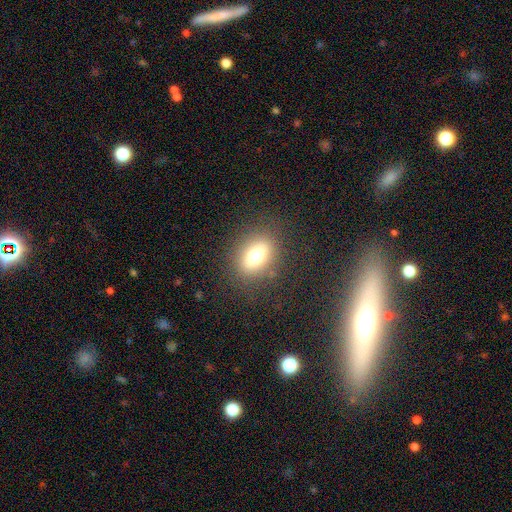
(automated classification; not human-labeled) Smooth or featured?
  - smooth: 67% *
  - featured or disk: 21%
  - star or artifact: 12%
How rounded?
  - in between: 68% *
  - round: 28%
  - cigar-shaped: 4%
Merging?
  - none: 82% *
  - minor disturbance: 11%
  - major disturbance: 6%
  - merger: 1%